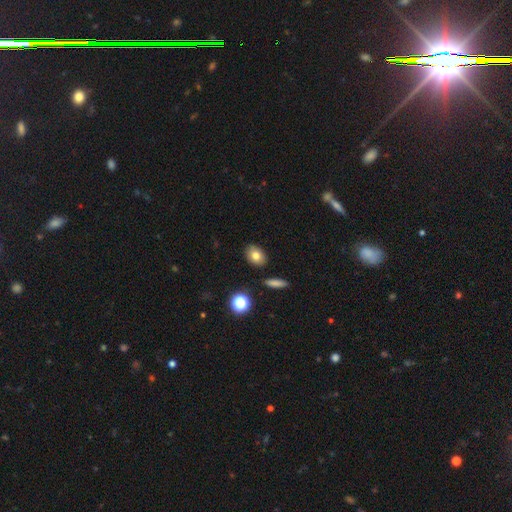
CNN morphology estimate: The model was most divided on "how rounded": in between: 72%, round: 26%, cigar-shaped: 2%. More confident: merging — none (86%); smooth or featured — smooth (77%).